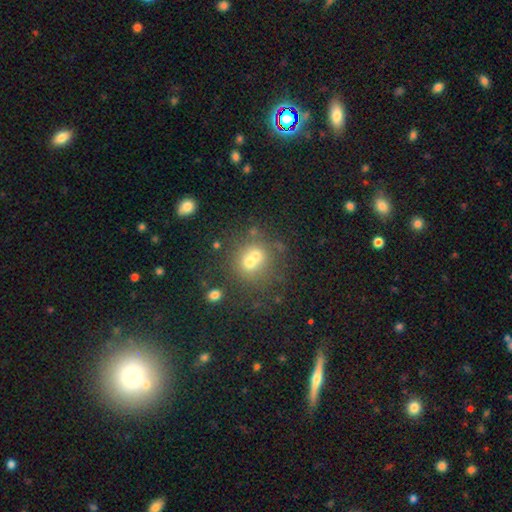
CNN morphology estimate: Smooth or featured?
  - smooth: 61% *
  - featured or disk: 24%
  - star or artifact: 16%
How rounded?
  - round: 82% *
  - in between: 18%
  - cigar-shaped: 1%
Merging?
  - merger: 53% *
  - none: 35%
  - minor disturbance: 8%
  - major disturbance: 5%